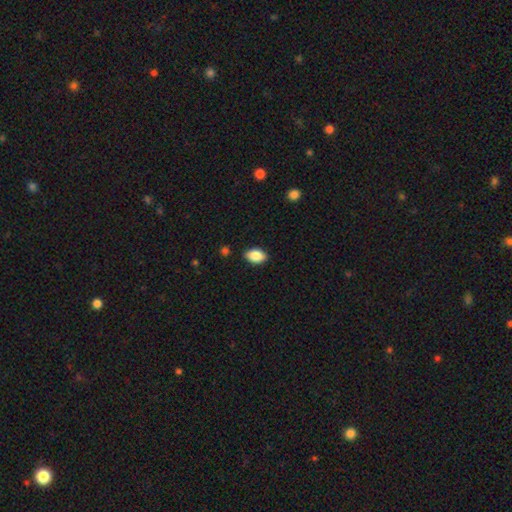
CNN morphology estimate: The model was most divided on "merging": none: 87%, minor disturbance: 10%, major disturbance: 2%, merger: 1%. More confident: how rounded — in between (90%); smooth or featured — smooth (87%).